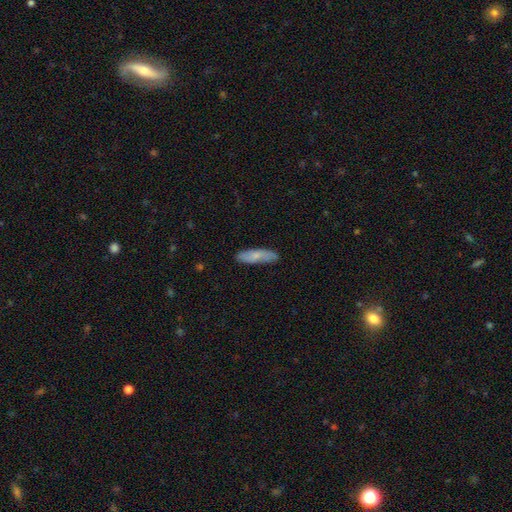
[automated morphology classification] Overall: smooth (70%). How rounded: cigar-shaped (69%). Merging: none (83%).